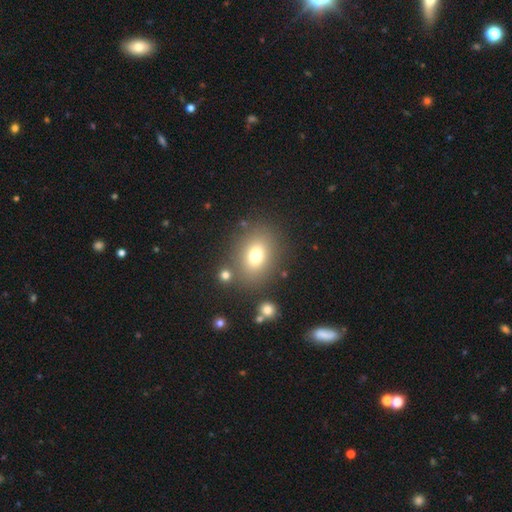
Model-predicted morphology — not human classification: type=smooth (73%); roundness=in between (55%); merging=none (77%).